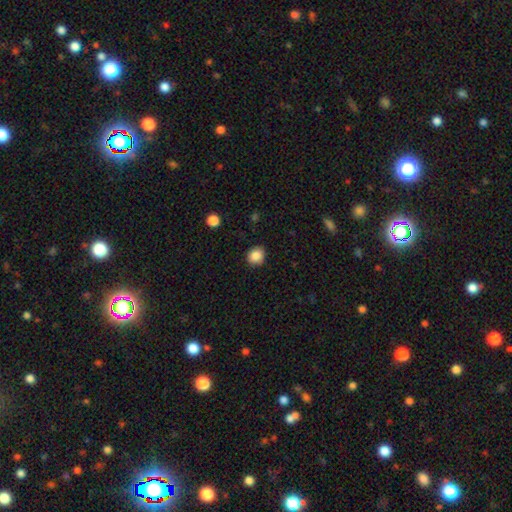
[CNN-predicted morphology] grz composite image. It shows a smooth galaxy with no disk features (86%) that is round (80%). Merging: none (89%).